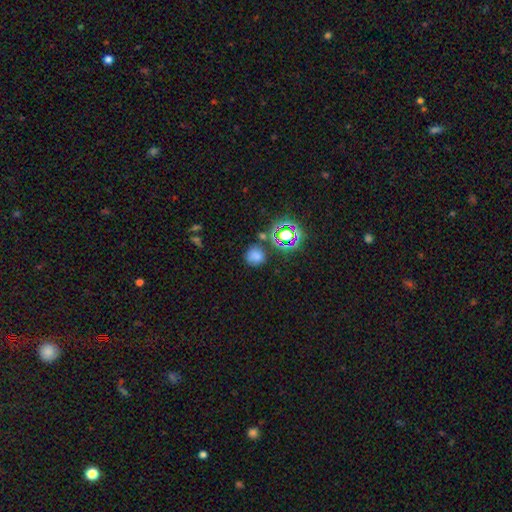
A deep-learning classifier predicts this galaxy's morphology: The model was most divided on "smooth or featured": smooth: 68%, star or artifact: 25%, featured or disk: 7%. More confident: how rounded — round (86%); merging — none (73%).